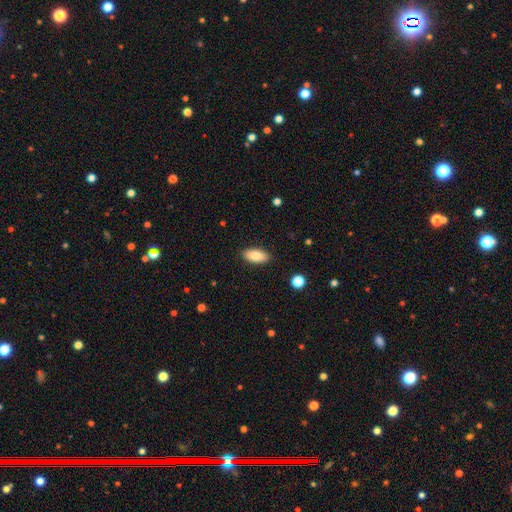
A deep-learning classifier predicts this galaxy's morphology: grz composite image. It shows a smooth galaxy with no disk features (83%) that is in between round and cigar-shaped (90%). Merging: none (88%).